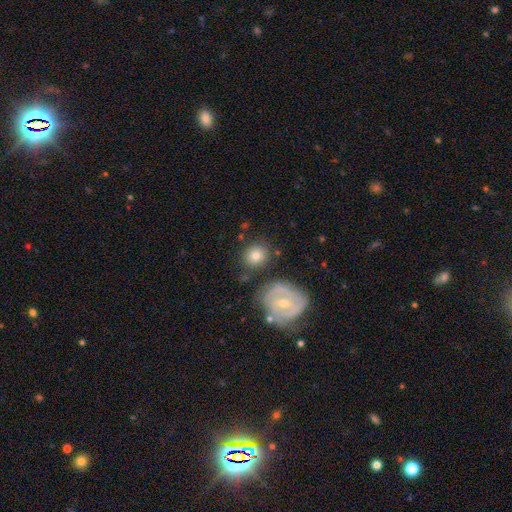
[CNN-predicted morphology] Overall: smooth (68%). How rounded: round (78%). Merging: none (76%).